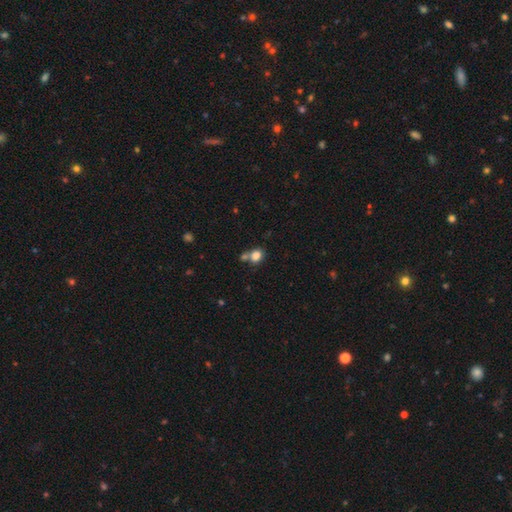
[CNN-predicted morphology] Q: Smooth or featured?
A: smooth (82%); runner-up: star or artifact (11%)
Q: How rounded?
A: in between (50%); runner-up: round (48%)
Q: Merging?
A: none (49%); runner-up: merger (35%)